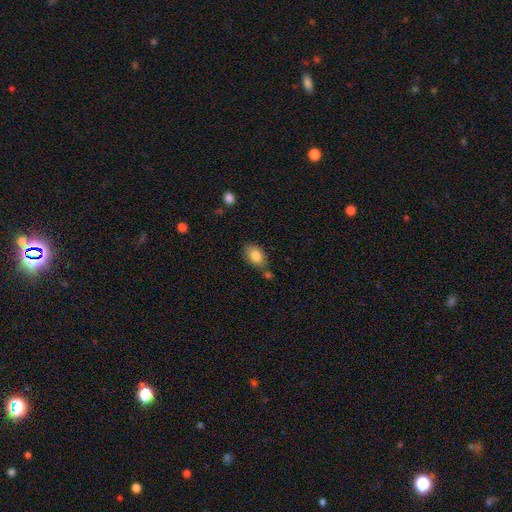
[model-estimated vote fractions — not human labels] A smooth galaxy with no disk features (83%) that is in between round and cigar-shaped (87%). Merging: none (70%).